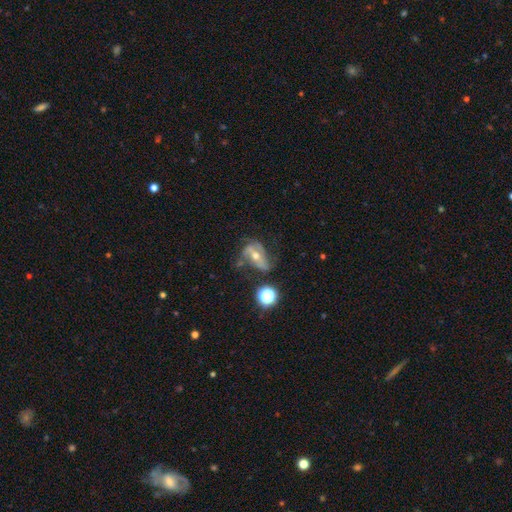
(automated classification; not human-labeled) smooth-or-featured: featured or disk: 72% | smooth: 17% | star or artifact: 12%
  disk-edge-on: no: 92% | yes: 8%
    bar: strong: 39% | no: 32% | weak: 29%
    has-spiral-arms: yes: 82% | no: 18%
      spiral-winding: loose: 44% | medium: 36% | tight: 20%
      spiral-arm-count: 2: 67% | can't tell: 15% | 1: 7% | 3: 7% | 4: 2% | more than 4: 2%
    bulge-size: moderate: 62% | small: 33% | large: 3% | none: 1% | dominant: 1%
  merging: none: 46% | minor disturbance: 26% | major disturbance: 22% | merger: 6%